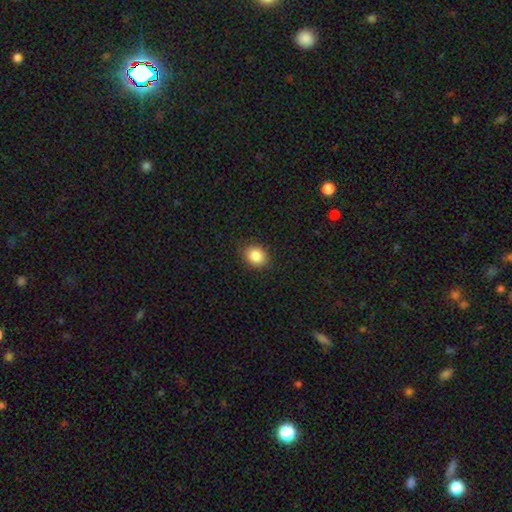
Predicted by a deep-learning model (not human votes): Q: Smooth or featured?
A: smooth (87%); runner-up: star or artifact (9%)
Q: How rounded?
A: round (51%); runner-up: in between (48%)
Q: Merging?
A: none (88%); runner-up: minor disturbance (9%)